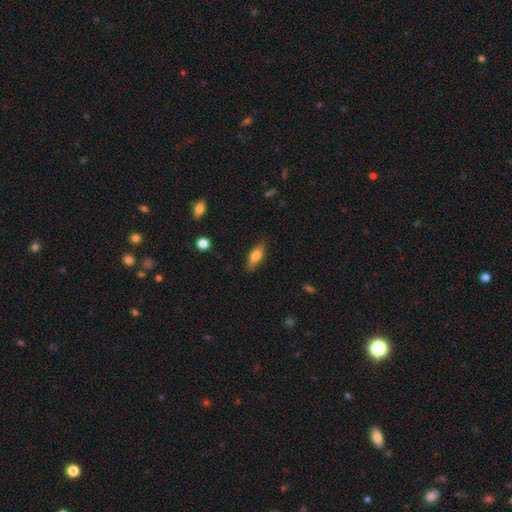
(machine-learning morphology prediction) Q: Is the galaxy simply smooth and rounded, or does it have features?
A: smooth — 66%.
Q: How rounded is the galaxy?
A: in between — 58%.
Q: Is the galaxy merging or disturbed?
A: none — 83%.